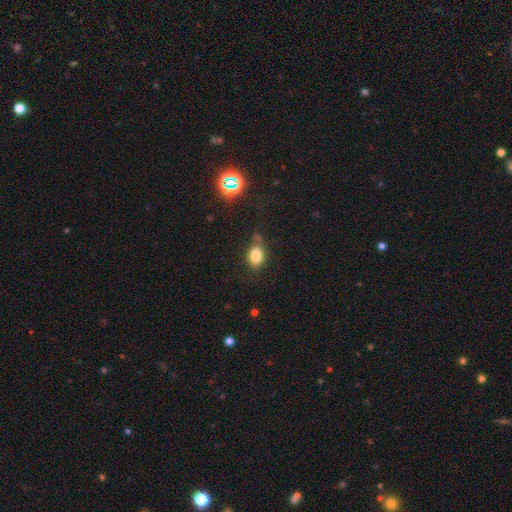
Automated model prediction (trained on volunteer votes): Smooth or featured: smooth — 81% (star or artifact — 12%)
How rounded: in between — 77% (round — 21%)
Merging: none — 66% (minor disturbance — 21%)